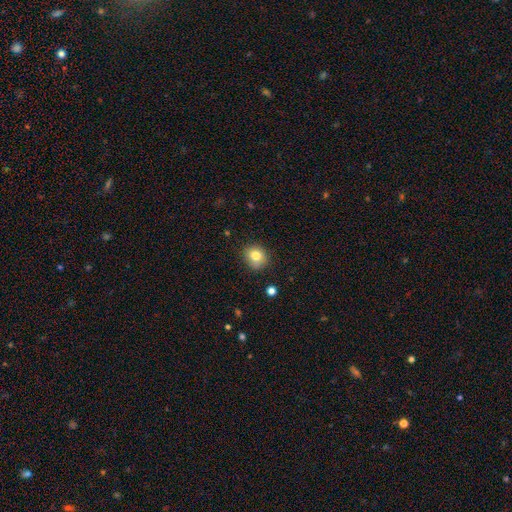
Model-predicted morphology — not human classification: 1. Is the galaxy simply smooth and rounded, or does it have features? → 81% smooth, 11% star or artifact, 8% featured or disk.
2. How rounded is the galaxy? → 79% round, 20% in between, 1% cigar-shaped.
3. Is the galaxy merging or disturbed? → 83% none, 13% minor disturbance, 3% major disturbance, 2% merger.